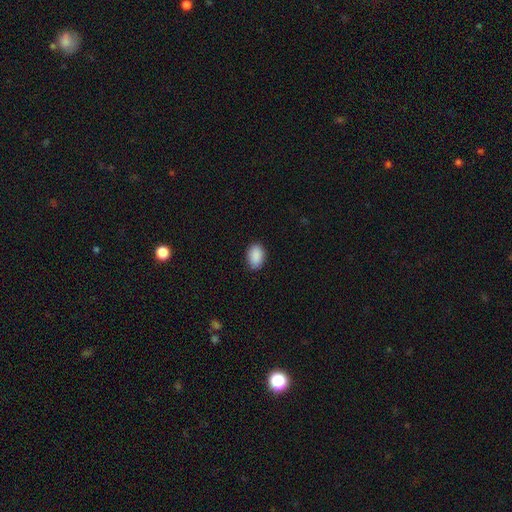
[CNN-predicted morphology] The model was most divided on "how rounded": in between: 86%, round: 13%, cigar-shaped: 1%. More confident: smooth or featured — smooth (90%); merging — none (85%).